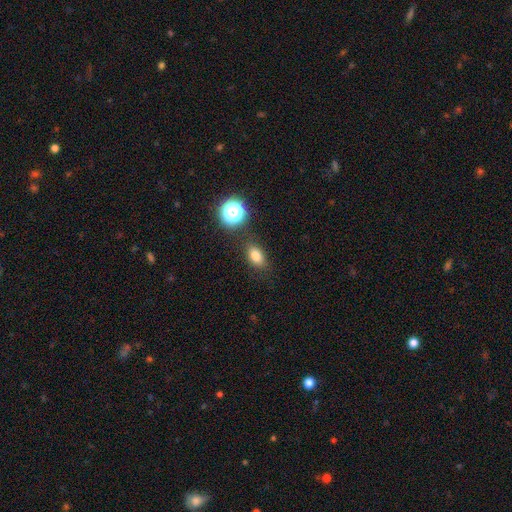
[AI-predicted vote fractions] Morphology: type=smooth (78%); roundness=in between (78%); merging=none (81%).